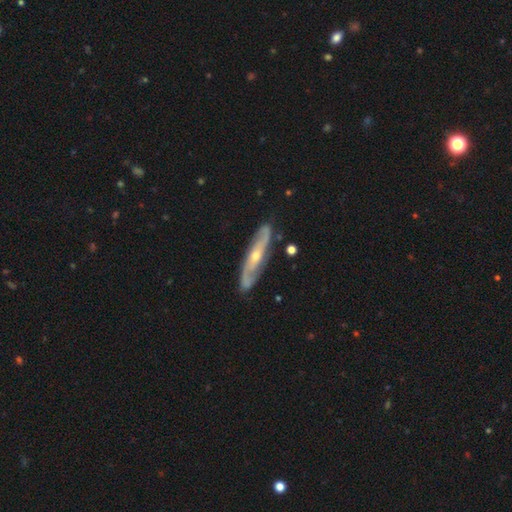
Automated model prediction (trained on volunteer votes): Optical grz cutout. It shows a featured or disk galaxy (81%) with no bar (56%), spiral arms (92%) and a small central bulge (54%). Merging: none (82%).